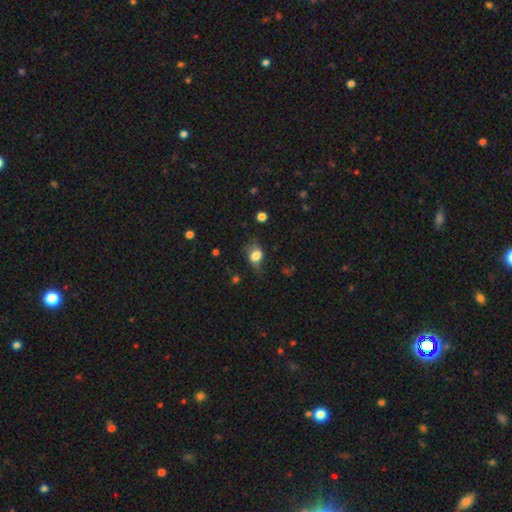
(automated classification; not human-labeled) Smooth or featured: smooth — 71% (featured or disk — 18%)
How rounded: in between — 62% (round — 35%)
Merging: none — 51% (minor disturbance — 30%)